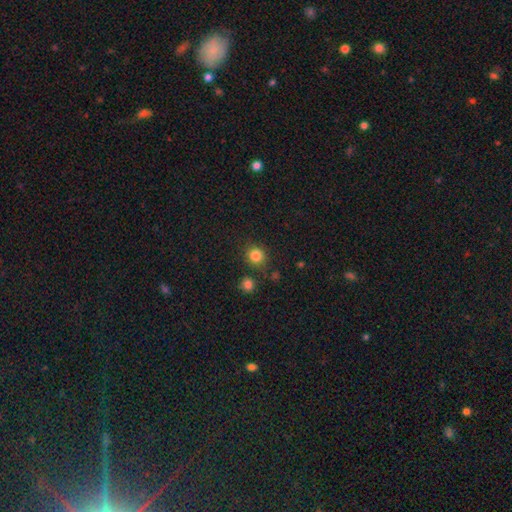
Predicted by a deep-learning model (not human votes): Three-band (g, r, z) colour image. It shows a smooth galaxy with no disk features (83%) that is round (89%). Merging: none (82%).